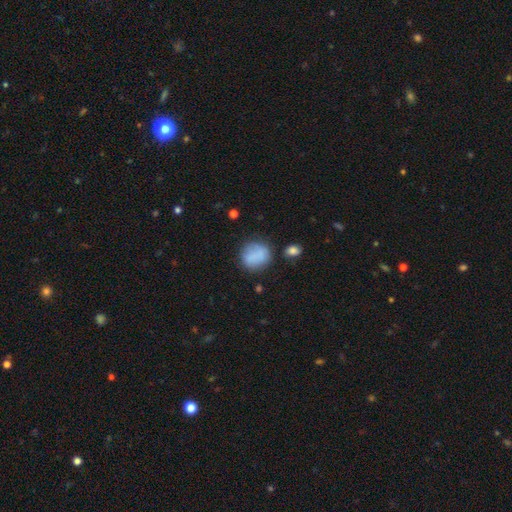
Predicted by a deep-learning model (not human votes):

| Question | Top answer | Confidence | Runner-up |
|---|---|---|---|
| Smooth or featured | smooth | 80% | featured or disk (12%) |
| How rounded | round | 82% | in between (17%) |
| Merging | none | 66% | minor disturbance (21%) |